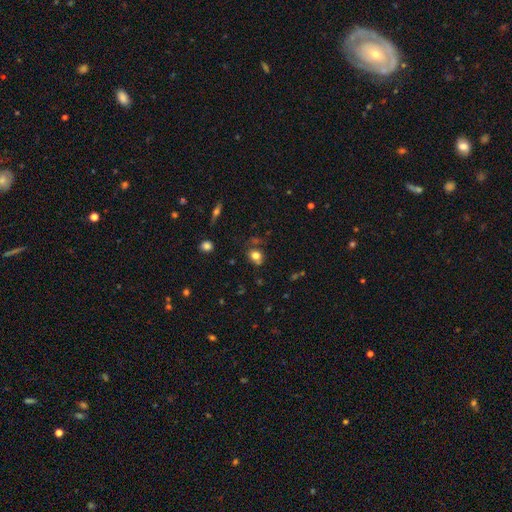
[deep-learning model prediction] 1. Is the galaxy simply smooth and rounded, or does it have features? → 76% smooth, 13% star or artifact, 10% featured or disk.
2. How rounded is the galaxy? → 55% round, 44% in between, 1% cigar-shaped.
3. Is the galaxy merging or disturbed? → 67% none, 19% minor disturbance, 8% merger, 6% major disturbance.